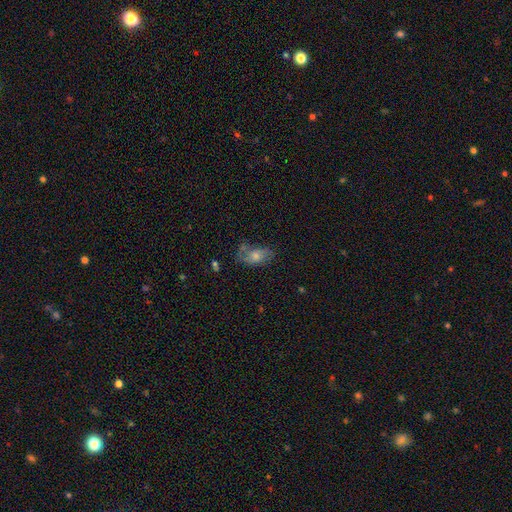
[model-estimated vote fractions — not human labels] Smooth or featured: featured or disk — 51% (smooth — 36%)
Edge-on disk: no — 92% (yes — 8%)
Merging: none — 56% (minor disturbance — 24%)